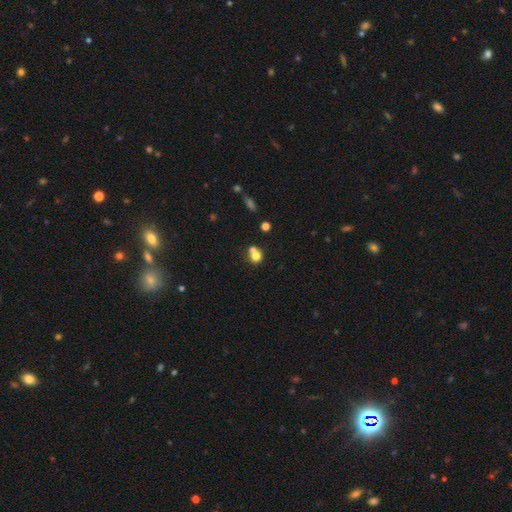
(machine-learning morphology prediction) This appears to be a smooth galaxy with no disk features (73%) that is round (74%). Merging: merger (53%).